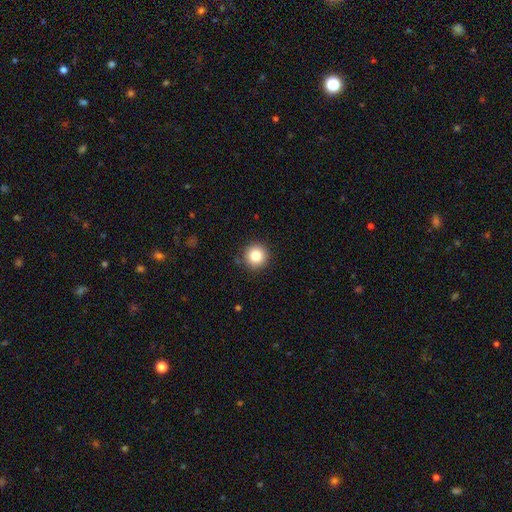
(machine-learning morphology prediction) This is clearly a smooth galaxy (83%). How rounded: clearly round (95%). Merging: clearly none (90%).